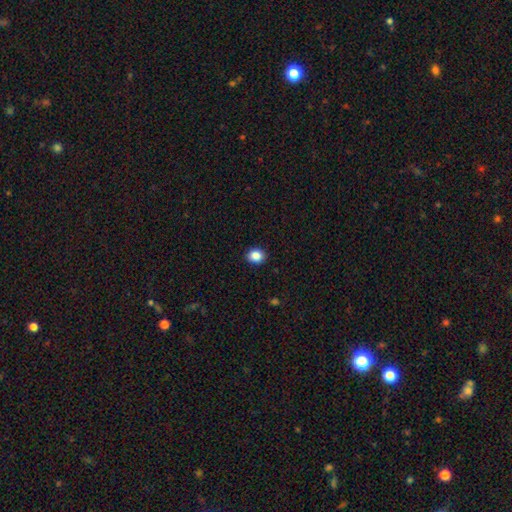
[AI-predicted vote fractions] A smooth galaxy with no disk features (87%) that is round (56%).

Vote fractions:
- Smooth or featured? smooth: 87% / star or artifact: 9% / featured or disk: 3%
- How rounded? round: 56% / in between: 43% / cigar-shaped: 1%
- Merging? none: 91% / minor disturbance: 7% / major disturbance: 2% / merger: 1%